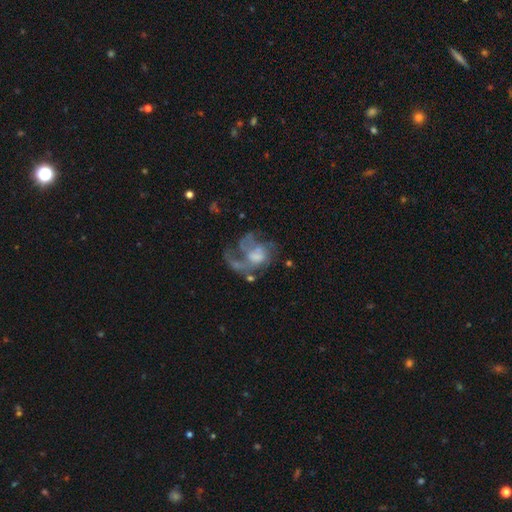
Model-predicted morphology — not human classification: type=featured or disk (71%); edge-on=no (98%); bar=no (62%); spiral arms=yes (69%); bulge=none (33%); merging=major disturbance (49%).